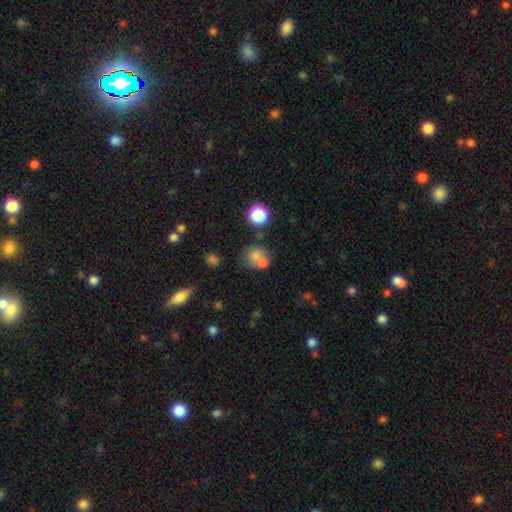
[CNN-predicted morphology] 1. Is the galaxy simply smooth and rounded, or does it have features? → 70% smooth, 15% featured or disk, 15% star or artifact.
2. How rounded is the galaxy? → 78% round, 21% in between, 1% cigar-shaped.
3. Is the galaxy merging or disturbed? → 44% merger, 41% none, 9% minor disturbance, 5% major disturbance.